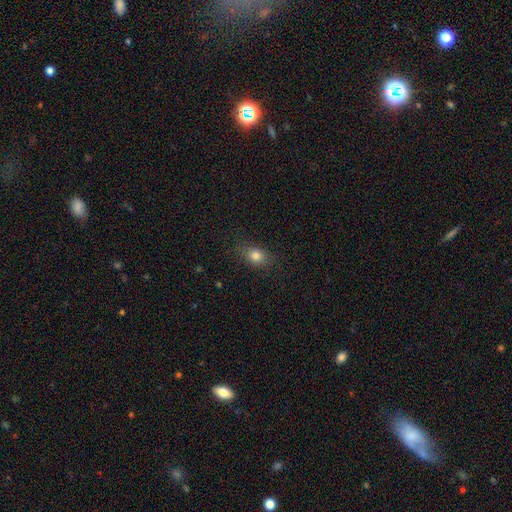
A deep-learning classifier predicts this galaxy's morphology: smooth_or_featured: smooth (p=0.81) [alt: star or artifact p=0.12]
how_rounded: in between (p=0.55) [alt: round p=0.43]
merging: none (p=0.82) [alt: minor disturbance p=0.13]